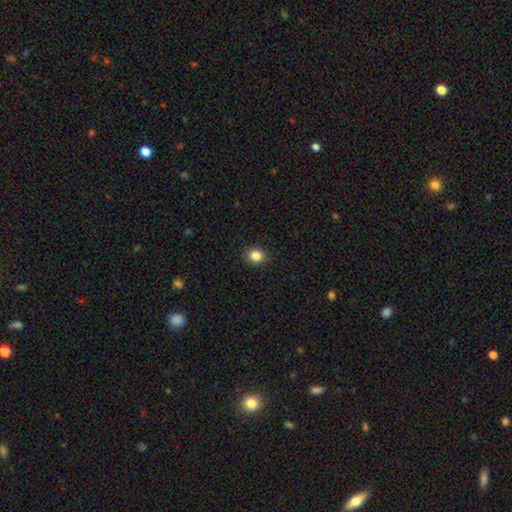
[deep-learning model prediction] smooth-or-featured: smooth: 85% | star or artifact: 10% | featured or disk: 5%
  how-rounded: round: 73% | in between: 26% | cigar-shaped: 1%
  merging: none: 90% | minor disturbance: 7% | major disturbance: 2% | merger: 1%